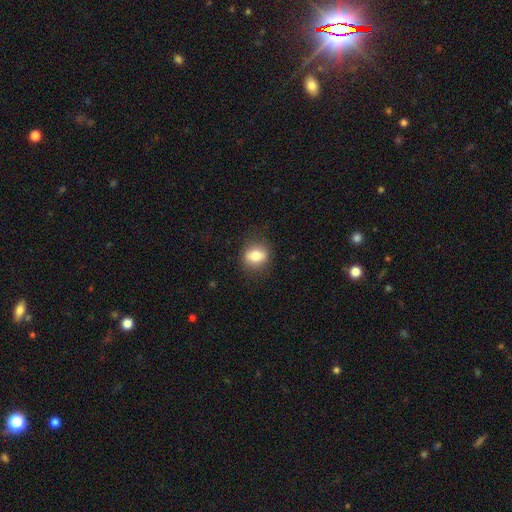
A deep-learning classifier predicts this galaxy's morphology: smooth-or-featured: smooth: 76% | featured or disk: 15% | star or artifact: 9%
  how-rounded: round: 55% | in between: 42% | cigar-shaped: 2%
  merging: none: 85% | minor disturbance: 11% | major disturbance: 3% | merger: 1%